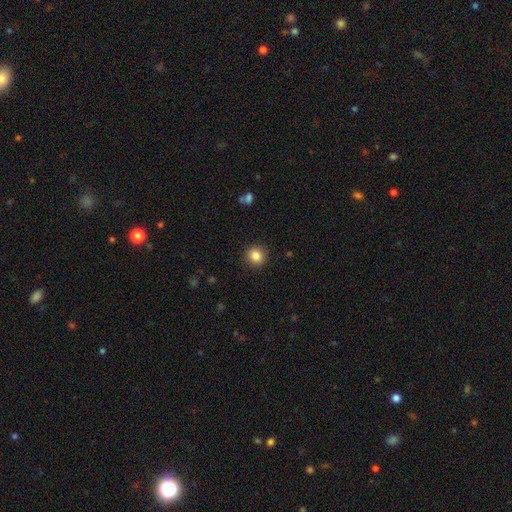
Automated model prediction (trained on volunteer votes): smooth-or-featured: smooth: 84% | star or artifact: 10% | featured or disk: 5%
  how-rounded: round: 92% | in between: 7% | cigar-shaped: 1%
  merging: none: 91% | minor disturbance: 6% | major disturbance: 2% | merger: 1%